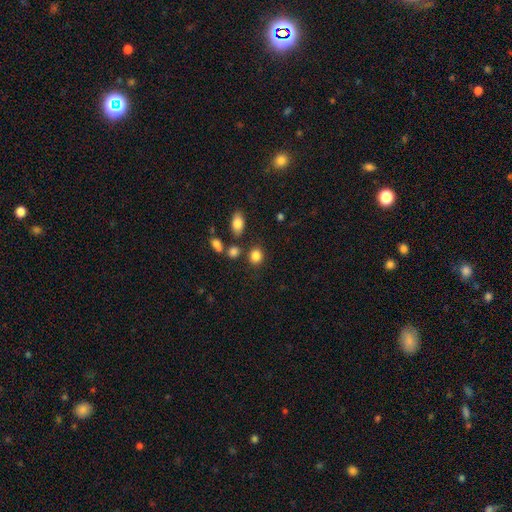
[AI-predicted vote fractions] Smooth or featured: smooth — 84% (star or artifact — 10%)
How rounded: round — 68% (in between — 31%)
Merging: none — 78% (minor disturbance — 10%)